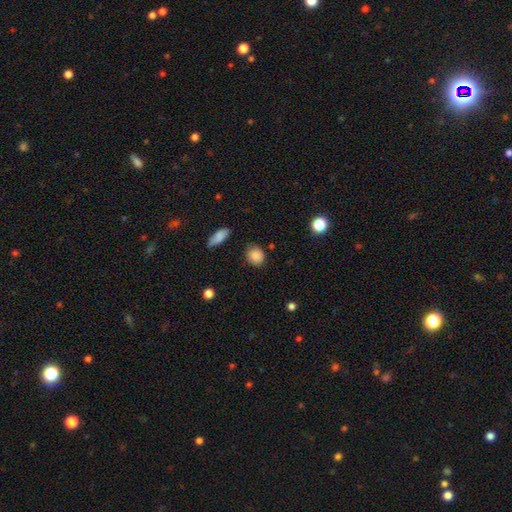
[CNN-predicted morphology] A smooth galaxy with no disk features (86%) that is round (73%). Merging: none (83%).